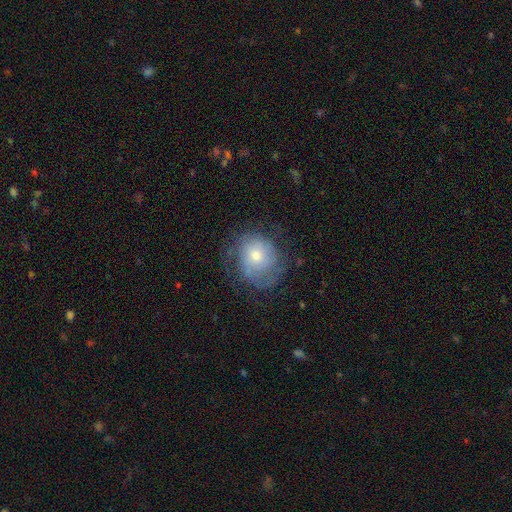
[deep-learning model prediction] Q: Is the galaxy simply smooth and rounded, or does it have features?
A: featured or disk — 48%.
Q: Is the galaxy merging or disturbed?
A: none — 54%.